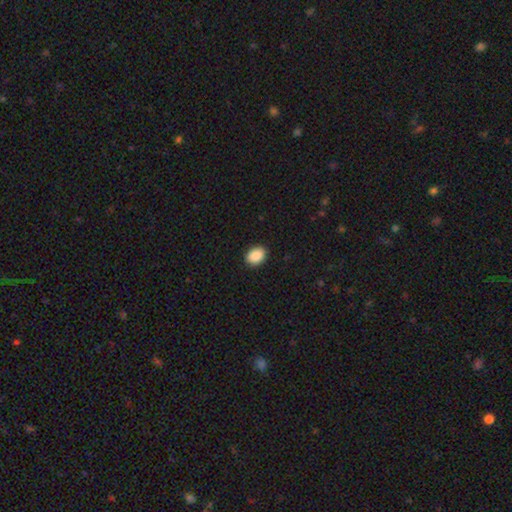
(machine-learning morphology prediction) smooth 90%, star or artifact 7%, featured or disk 3%. Down the decision tree: how rounded — in between (72%); merging — none (89%).